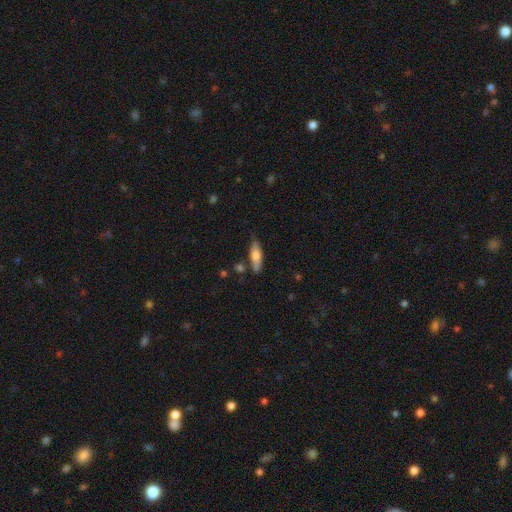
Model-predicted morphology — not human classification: A smooth galaxy with no disk features (63%) that is cigar-shaped (50%).

Vote fractions:
- Smooth or featured? smooth: 63% / featured or disk: 31% / star or artifact: 6%
- How rounded? cigar-shaped: 50% / in between: 47% / round: 2%
- Merging? none: 75% / minor disturbance: 16% / merger: 6% / major disturbance: 3%